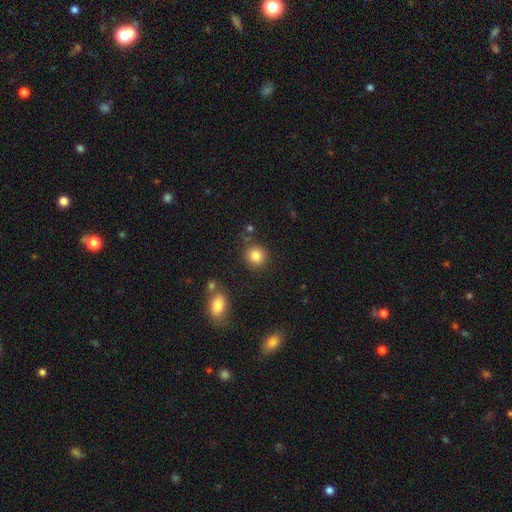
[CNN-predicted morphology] smooth-or-featured: smooth: 85% | star or artifact: 10% | featured or disk: 5%
  how-rounded: round: 86% | in between: 13% | cigar-shaped: 1%
  merging: none: 82% | minor disturbance: 10% | merger: 5% | major disturbance: 3%